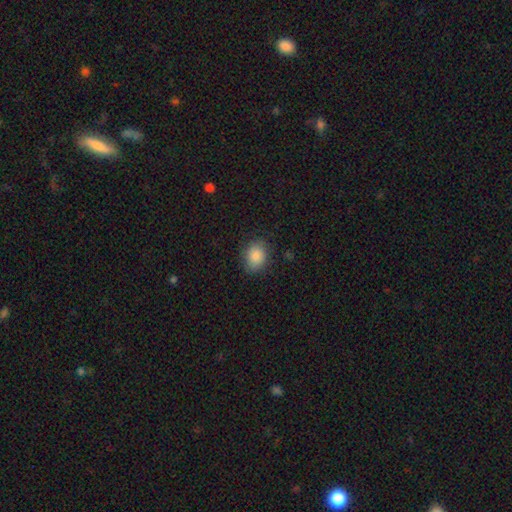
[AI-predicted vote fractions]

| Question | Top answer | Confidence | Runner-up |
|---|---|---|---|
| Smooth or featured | smooth | 87% | star or artifact (8%) |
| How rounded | in between | 59% | round (40%) |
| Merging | none | 81% | minor disturbance (14%) |